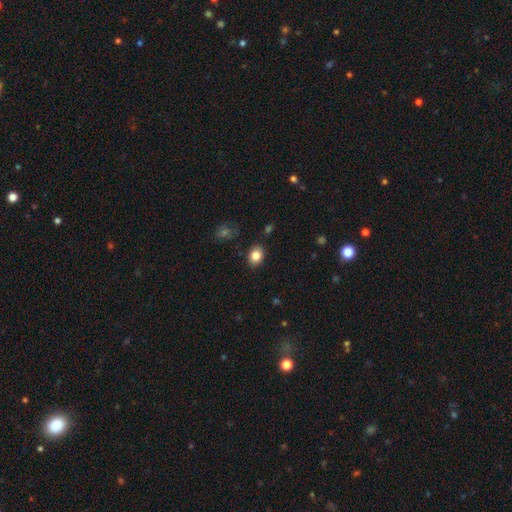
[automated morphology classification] Smooth or featured: smooth — 84% (star or artifact — 9%)
How rounded: in between — 62% (round — 37%)
Merging: none — 87% (minor disturbance — 9%)